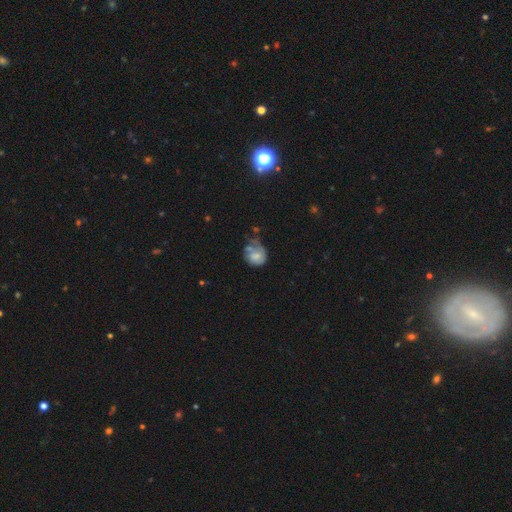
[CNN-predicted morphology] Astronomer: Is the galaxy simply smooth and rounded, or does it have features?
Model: smooth — 50% (runner-up: featured or disk, 41%).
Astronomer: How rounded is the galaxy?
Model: round — 58% (runner-up: in between, 41%).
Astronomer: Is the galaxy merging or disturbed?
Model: minor disturbance — 31% (runner-up: none, 30%).